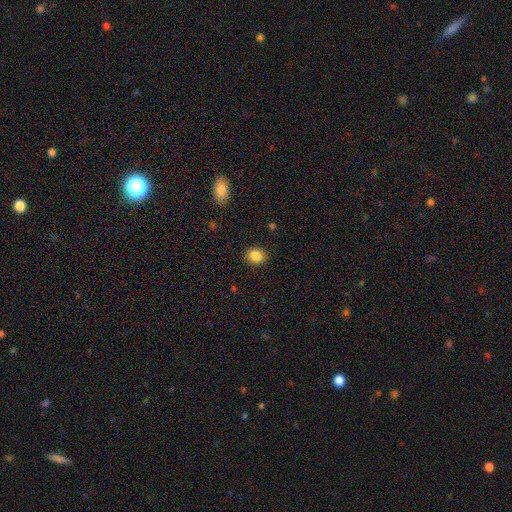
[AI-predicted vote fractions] Q: Smooth or featured?
A: smooth (86%); runner-up: star or artifact (9%)
Q: How rounded?
A: round (68%); runner-up: in between (31%)
Q: Merging?
A: none (89%); runner-up: minor disturbance (8%)